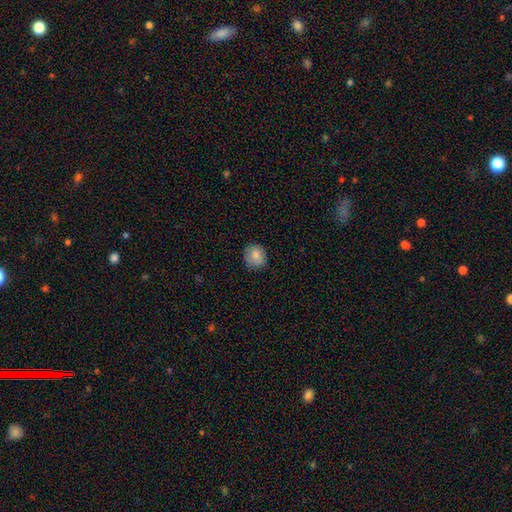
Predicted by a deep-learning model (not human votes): Morphology: type=smooth (85%); roundness=round (85%); merging=none (87%).